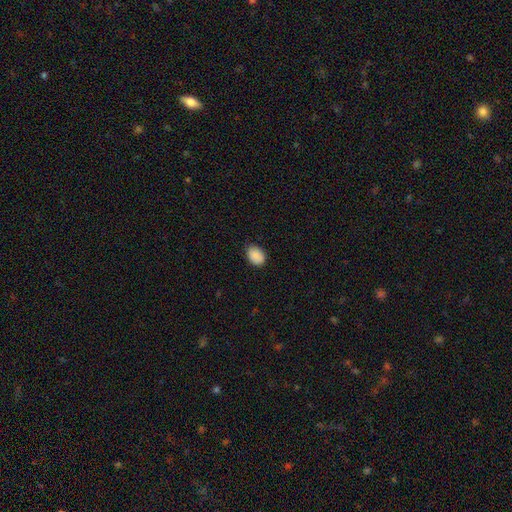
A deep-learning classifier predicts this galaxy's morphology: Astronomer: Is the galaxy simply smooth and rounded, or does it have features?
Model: smooth — 90%.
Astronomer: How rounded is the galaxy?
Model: in between — 76%.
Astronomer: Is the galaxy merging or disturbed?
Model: none — 77%.